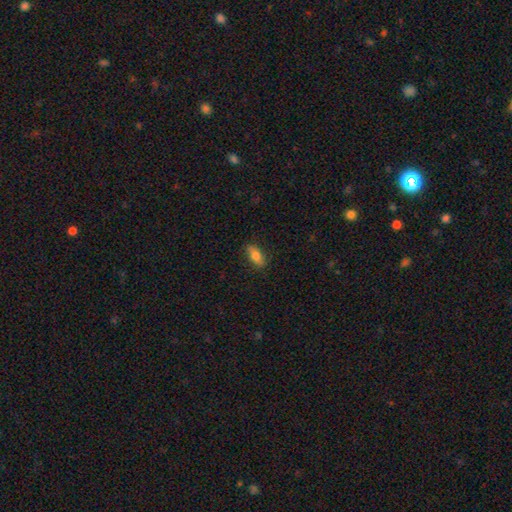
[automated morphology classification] A smooth galaxy with no disk features (76%) that is in between round and cigar-shaped (80%). Merging: none (83%).